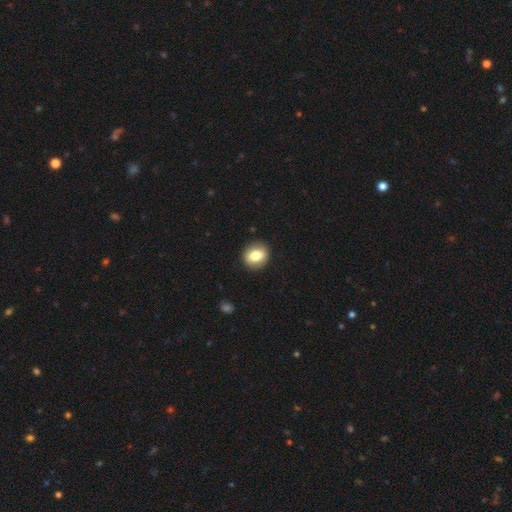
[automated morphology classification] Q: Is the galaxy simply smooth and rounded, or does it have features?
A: smooth — 75%.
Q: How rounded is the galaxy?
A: round — 71%.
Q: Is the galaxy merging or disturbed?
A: none — 89%.